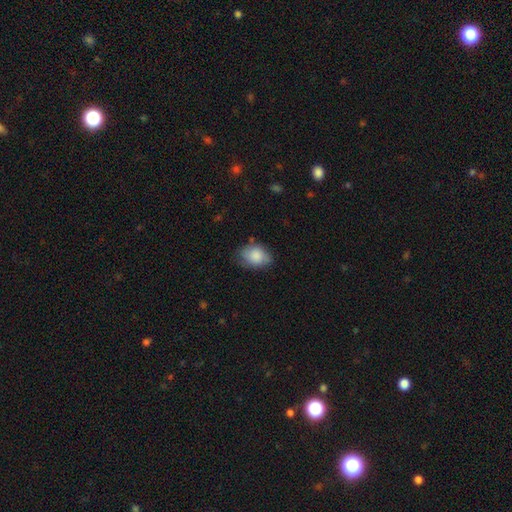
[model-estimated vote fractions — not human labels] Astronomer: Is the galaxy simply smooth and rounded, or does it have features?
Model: smooth — 84%.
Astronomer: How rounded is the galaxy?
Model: in between — 73%.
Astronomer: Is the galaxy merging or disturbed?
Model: none — 65%.